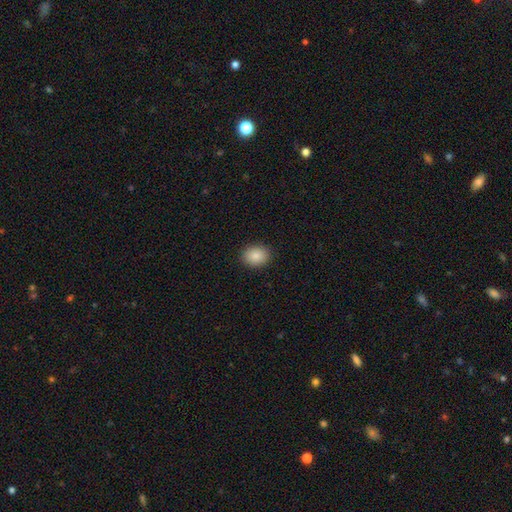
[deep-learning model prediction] Smooth or featured? Predicted: smooth (p=0.87). How rounded? Predicted: round (p=0.51). Merging? Predicted: none (p=0.90).